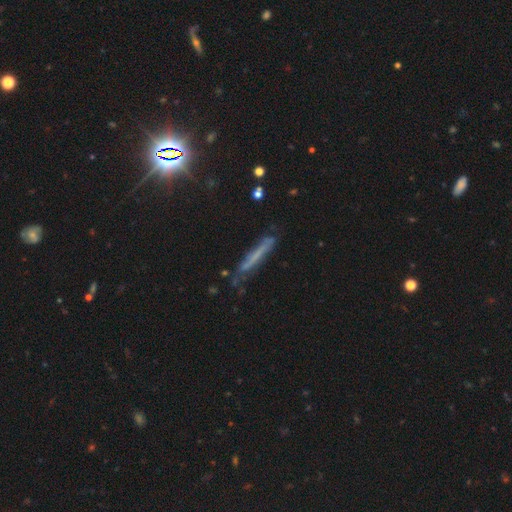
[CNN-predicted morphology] Smooth or featured? smooth (48%)
Merging? none (66%)